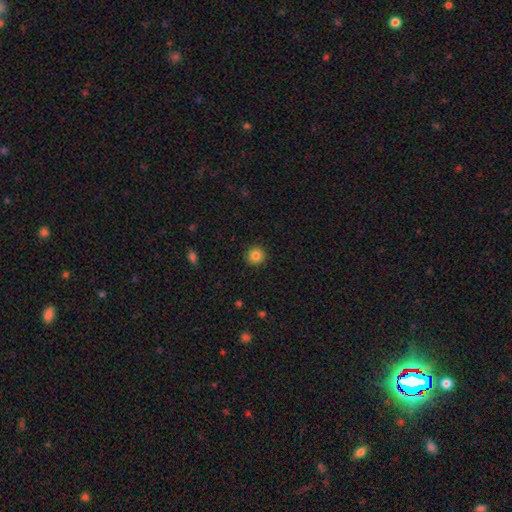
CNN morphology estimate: Overall: smooth (84%). How rounded: round (94%). Merging: none (92%).